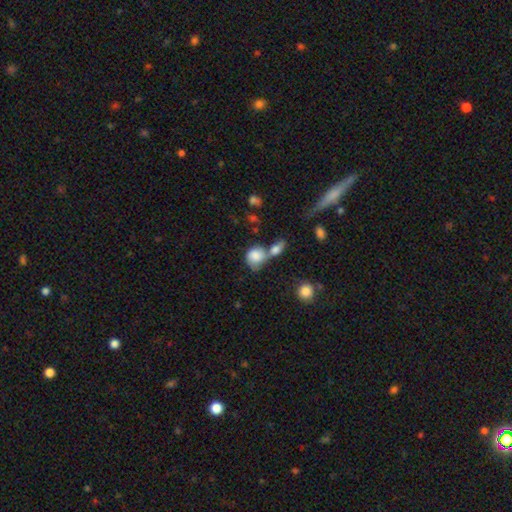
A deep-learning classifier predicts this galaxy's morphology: Smooth or featured? smooth (80%)
How rounded? round (67%)
Merging? merger (50%)